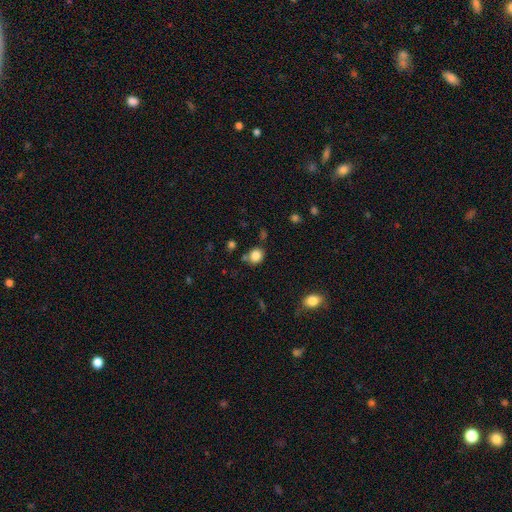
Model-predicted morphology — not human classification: Q: Smooth or featured?
A: smooth (84%); runner-up: star or artifact (11%)
Q: How rounded?
A: round (72%); runner-up: in between (27%)
Q: Merging?
A: none (73%); runner-up: minor disturbance (14%)